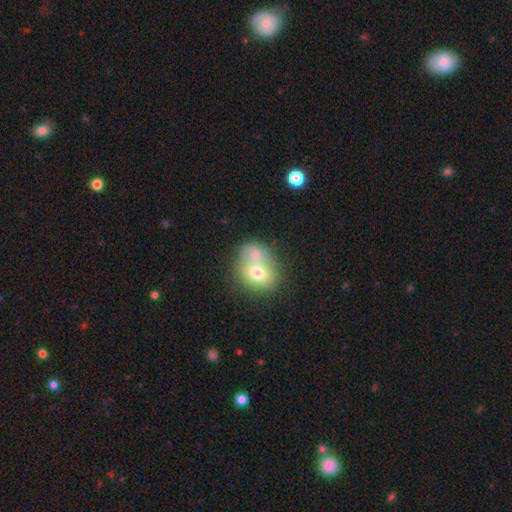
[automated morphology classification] A smooth galaxy with no disk features (68%) that is round (57%).

Vote fractions:
- Smooth or featured? smooth: 68% / featured or disk: 22% / star or artifact: 9%
- How rounded? round: 57% / in between: 42% / cigar-shaped: 1%
- Merging? merger: 59% / none: 25% / minor disturbance: 10% / major disturbance: 5%